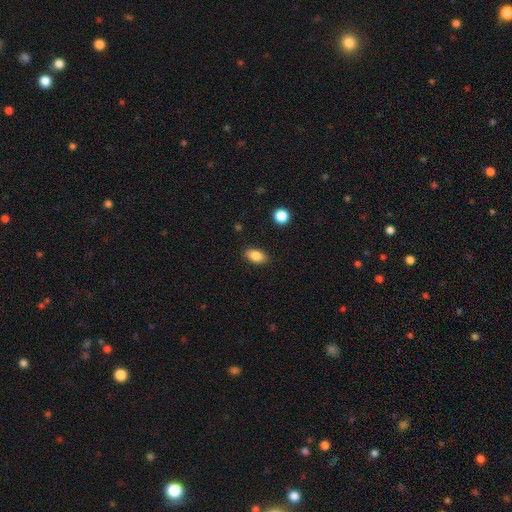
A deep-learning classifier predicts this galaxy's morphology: type=smooth (85%); roundness=in between (89%); merging=none (87%).